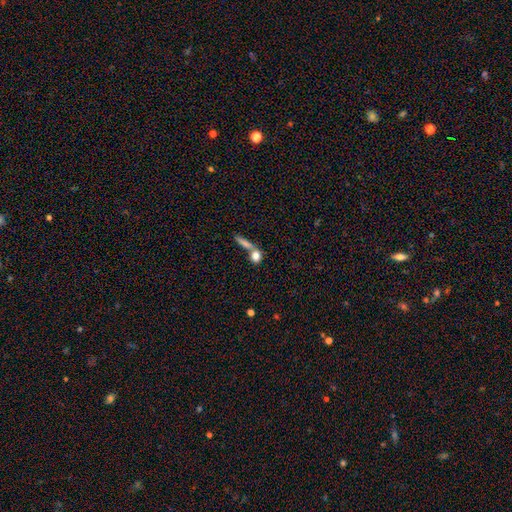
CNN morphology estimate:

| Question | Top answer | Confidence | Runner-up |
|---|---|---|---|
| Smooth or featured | smooth | 78% | featured or disk (12%) |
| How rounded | round | 68% | in between (20%) |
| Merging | none | 49% | merger (37%) |